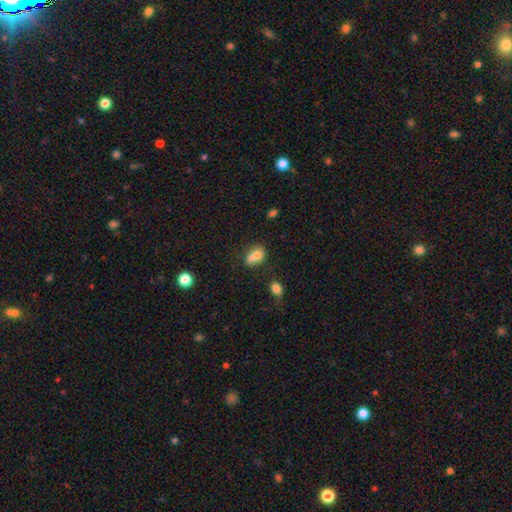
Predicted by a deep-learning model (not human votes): Smooth or featured: smooth — 70% (featured or disk — 18%)
How rounded: in between — 58% (round — 40%)
Merging: merger — 59% (none — 26%)